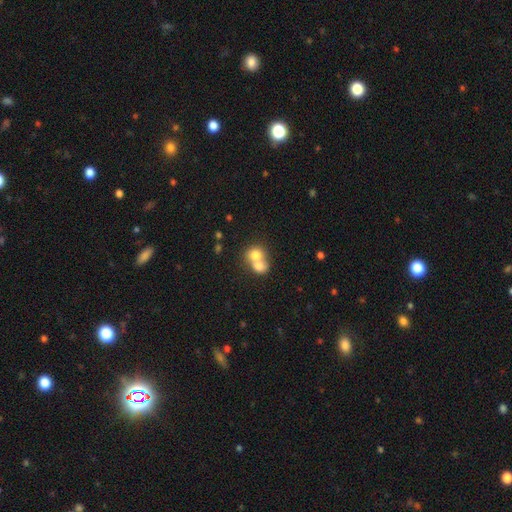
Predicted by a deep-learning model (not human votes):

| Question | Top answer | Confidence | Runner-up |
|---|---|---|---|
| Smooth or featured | smooth | 73% | featured or disk (18%) |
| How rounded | round | 67% | in between (32%) |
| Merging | merger | 72% | none (21%) |